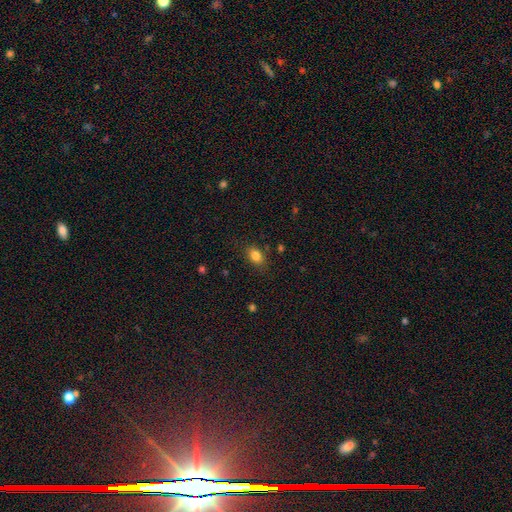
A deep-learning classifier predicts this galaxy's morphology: Smooth or featured? smooth (83%)
How rounded? in between (81%)
Merging? none (83%)